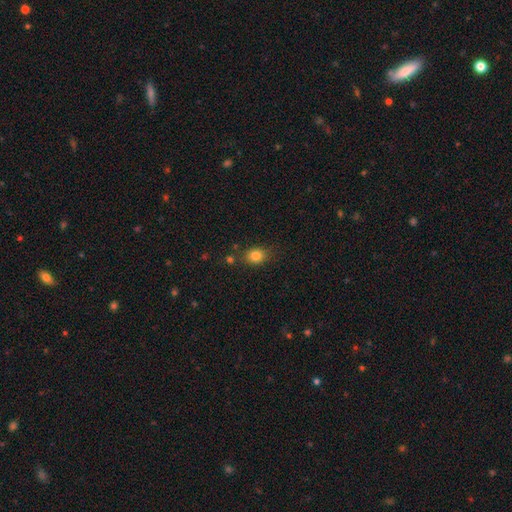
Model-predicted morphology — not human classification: The model was most divided on "how rounded": round: 53%, in between: 46%, cigar-shaped: 1%. More confident: smooth or featured — smooth (82%); merging — none (76%).